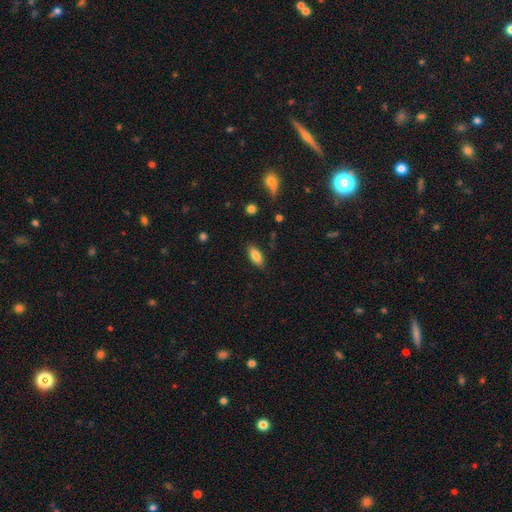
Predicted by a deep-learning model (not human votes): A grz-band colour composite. It shows a smooth galaxy with no disk features (84%) that is in between round and cigar-shaped (86%). Merging: none (86%).